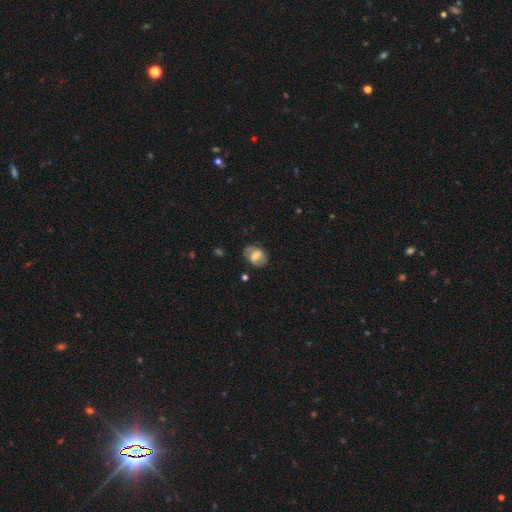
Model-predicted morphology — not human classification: This is possibly a featured or disk galaxy (50%). It is clearly not viewed edge-on (95%). Merging: likely none (71%).